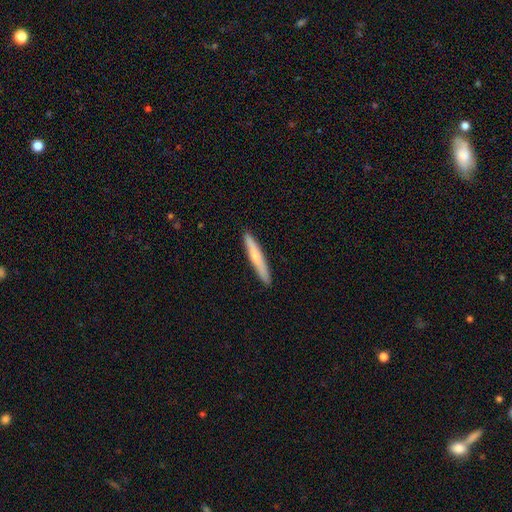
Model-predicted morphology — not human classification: A smooth galaxy with no disk features (60%) that is cigar-shaped (95%). Merging: none (91%).